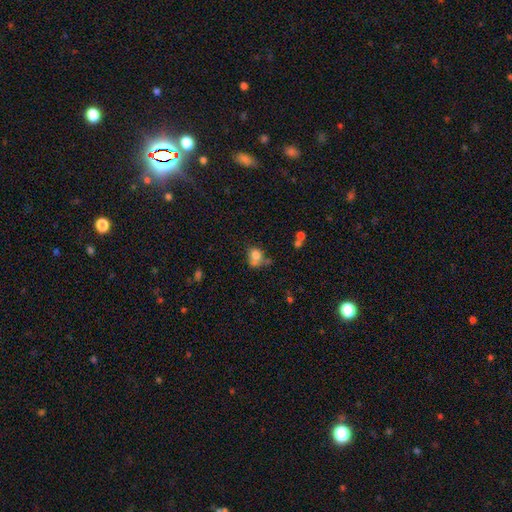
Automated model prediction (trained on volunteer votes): smooth 76%, featured or disk 12%, star or artifact 12%. Down the decision tree: how rounded — round (60%); merging — none (40%).